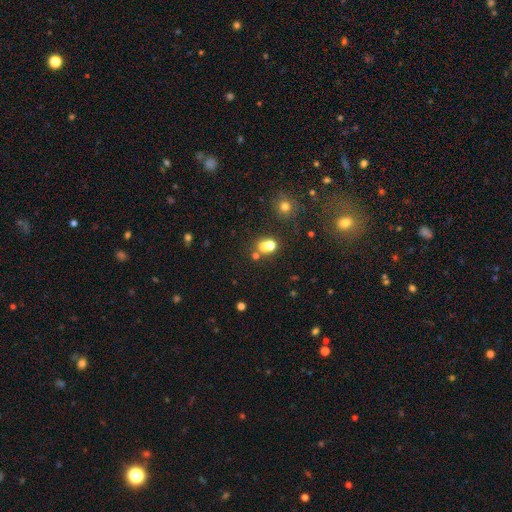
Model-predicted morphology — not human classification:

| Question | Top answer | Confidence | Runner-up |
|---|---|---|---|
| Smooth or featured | star or artifact | 48% | smooth (44%) |